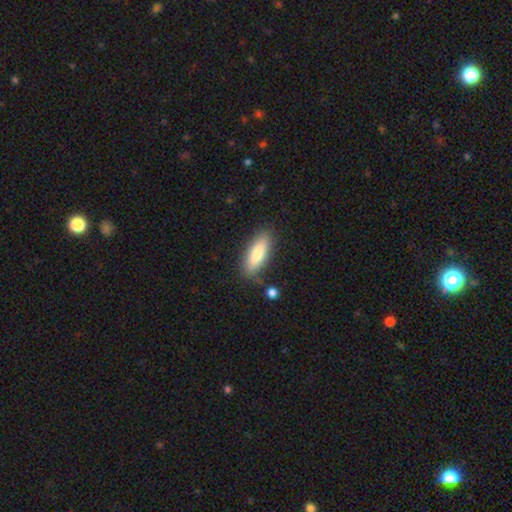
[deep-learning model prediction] Smooth or featured? Predicted: smooth (p=0.79). How rounded? Predicted: in between (p=0.64). Merging? Predicted: none (p=0.81).